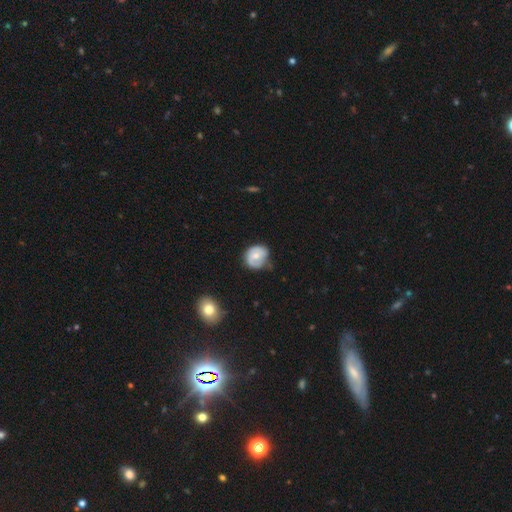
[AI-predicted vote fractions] smooth_or_featured: featured or disk (p=0.50) [alt: smooth p=0.44]
merging: none (p=0.54) [alt: minor disturbance p=0.33]